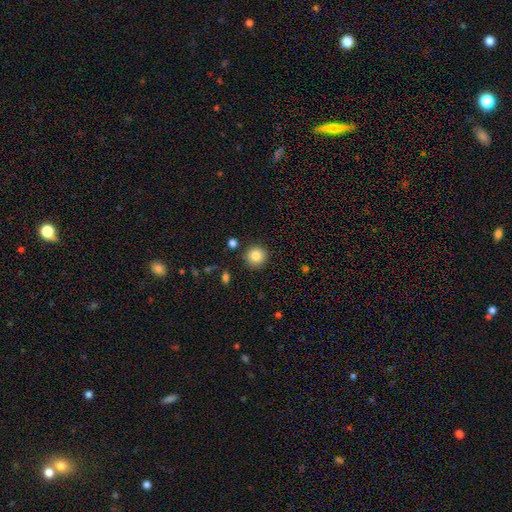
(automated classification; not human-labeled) Smooth or featured?
  - smooth: 84% *
  - star or artifact: 10%
  - featured or disk: 6%
How rounded?
  - round: 95% *
  - in between: 4%
  - cigar-shaped: 1%
Merging?
  - none: 90% *
  - minor disturbance: 6%
  - merger: 2%
  - major disturbance: 2%